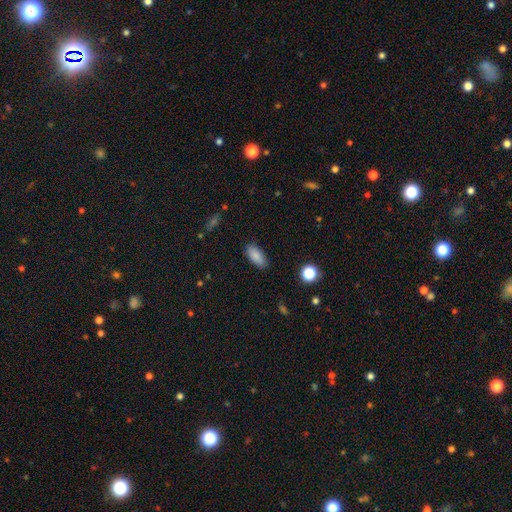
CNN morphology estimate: This is clearly a smooth galaxy (87%). How rounded: clearly in between (88%). Merging: clearly none (86%).